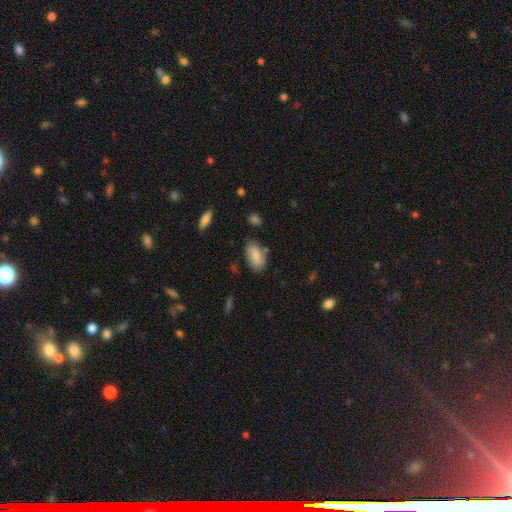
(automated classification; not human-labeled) The model was most divided on "merging": none: 76%, minor disturbance: 16%, merger: 4%, major disturbance: 4%. More confident: how rounded — in between (93%); smooth or featured — smooth (82%).